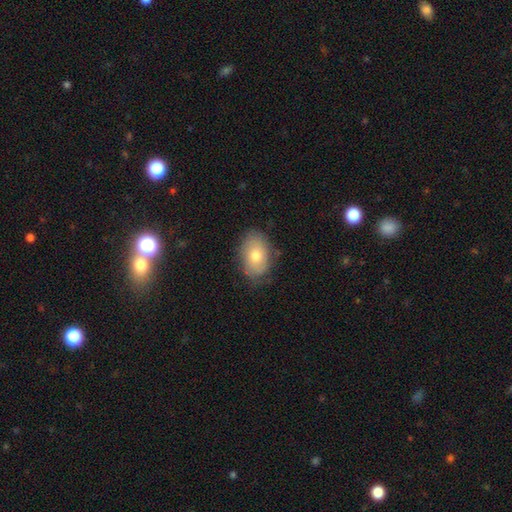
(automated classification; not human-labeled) smooth-or-featured: smooth: 68% | featured or disk: 23% | star or artifact: 9%
  how-rounded: in between: 84% | round: 14% | cigar-shaped: 1%
  merging: none: 76% | minor disturbance: 18% | major disturbance: 4% | merger: 1%